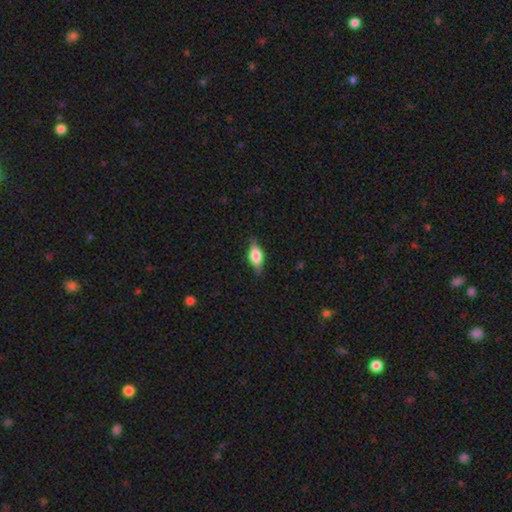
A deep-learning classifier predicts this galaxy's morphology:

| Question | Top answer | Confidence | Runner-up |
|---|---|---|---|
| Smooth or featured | smooth | 47% | featured or disk (45%) |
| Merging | none | 83% | minor disturbance (13%) |